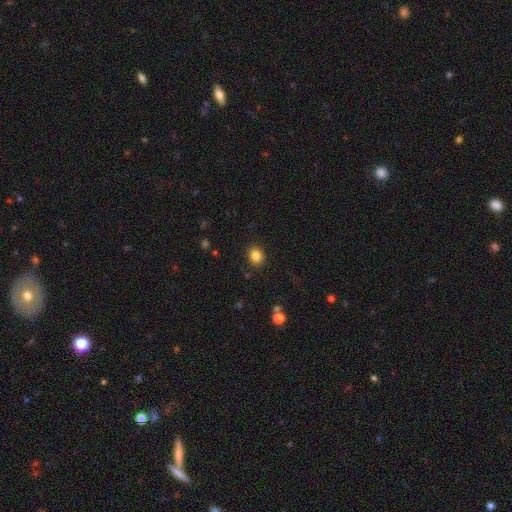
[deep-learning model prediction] A smooth galaxy with no disk features (84%) that is round (58%).

Vote fractions:
- Smooth or featured? smooth: 84% / star or artifact: 11% / featured or disk: 6%
- How rounded? round: 58% / in between: 41% / cigar-shaped: 1%
- Merging? none: 89% / minor disturbance: 8% / major disturbance: 2% / merger: 1%